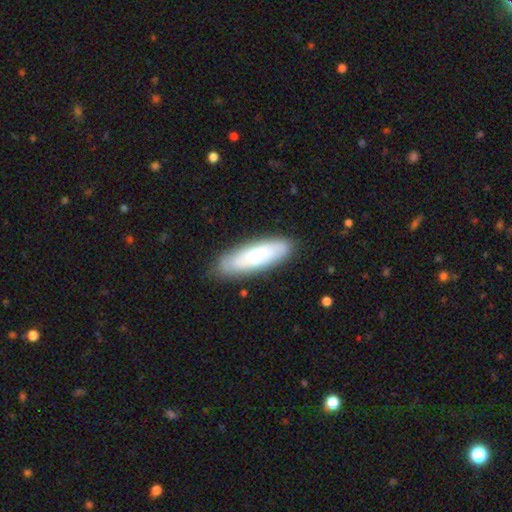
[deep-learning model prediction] featured or disk 48%, smooth 46%, star or artifact 6%. Down the decision tree: merging — none (82%).